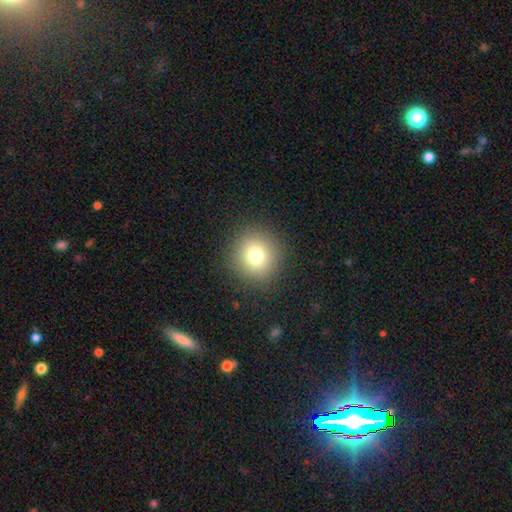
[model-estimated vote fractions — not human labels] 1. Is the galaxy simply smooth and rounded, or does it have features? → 77% smooth, 13% star or artifact, 9% featured or disk.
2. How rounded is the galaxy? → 93% round, 6% in between, 1% cigar-shaped.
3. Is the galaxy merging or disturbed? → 90% none, 6% minor disturbance, 3% major disturbance, 1% merger.